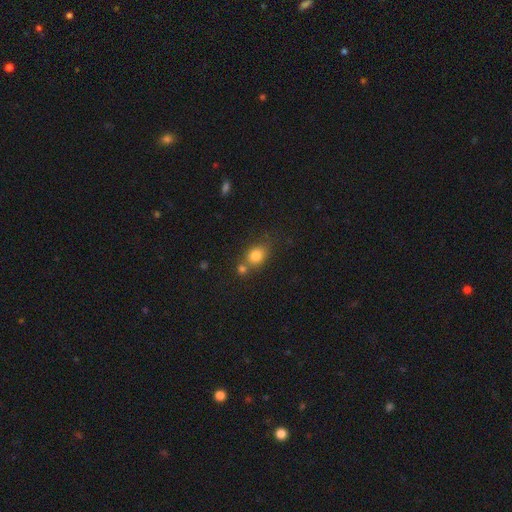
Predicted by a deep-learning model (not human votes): This appears to be a smooth galaxy with no disk features (80%) that is round (55%). Merging: none (51%).